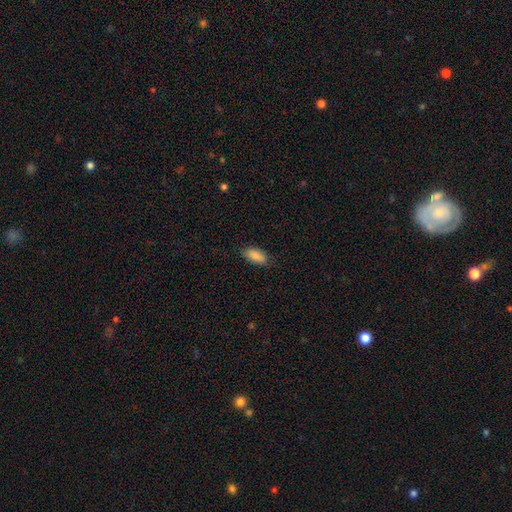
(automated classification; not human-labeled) Q: Smooth or featured?
A: smooth (88%); runner-up: star or artifact (7%)
Q: How rounded?
A: in between (87%); runner-up: cigar-shaped (11%)
Q: Merging?
A: none (85%); runner-up: minor disturbance (11%)